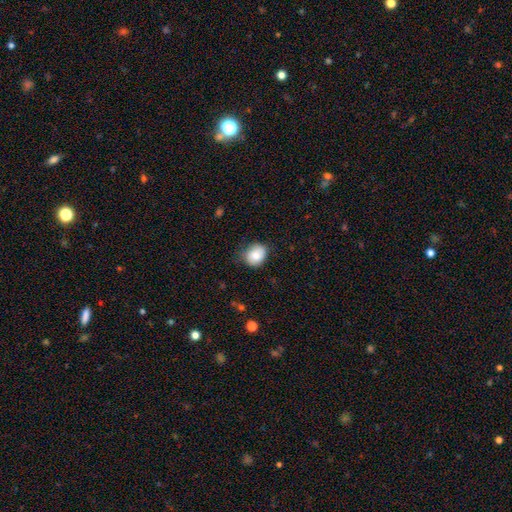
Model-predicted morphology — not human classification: Overall: smooth (83%). How rounded: round (58%; in between 41%). Merging: none (68%).